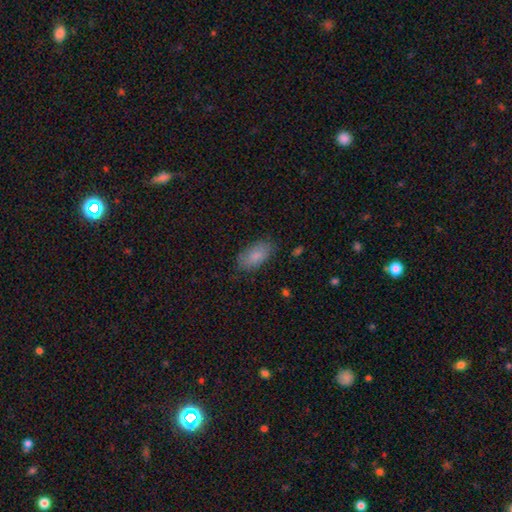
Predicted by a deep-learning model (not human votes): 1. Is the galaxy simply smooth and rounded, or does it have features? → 84% smooth, 9% featured or disk, 7% star or artifact.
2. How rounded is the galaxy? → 92% in between, 5% cigar-shaped, 3% round.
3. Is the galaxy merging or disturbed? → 79% none, 16% minor disturbance, 4% major disturbance, 1% merger.